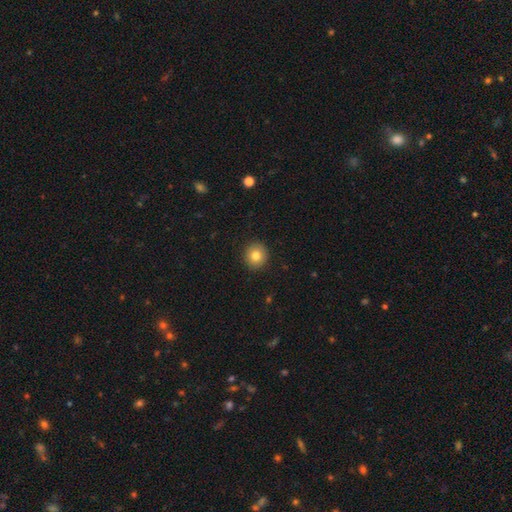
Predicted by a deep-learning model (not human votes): smooth-or-featured: smooth: 82% | star or artifact: 10% | featured or disk: 8%
  how-rounded: round: 91% | in between: 8% | cigar-shaped: 1%
  merging: none: 92% | minor disturbance: 5% | major disturbance: 2% | merger: 1%